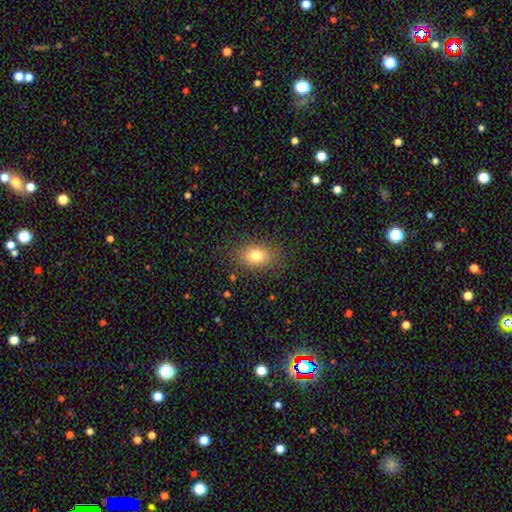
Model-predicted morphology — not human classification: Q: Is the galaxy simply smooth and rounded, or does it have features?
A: smooth — 78%.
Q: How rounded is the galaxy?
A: in between — 74%.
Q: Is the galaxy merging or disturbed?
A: none — 84%.